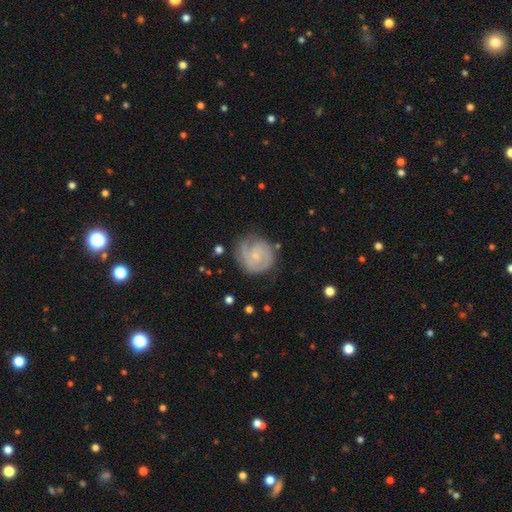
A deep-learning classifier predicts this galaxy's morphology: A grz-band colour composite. It shows a featured or disk galaxy (82%) with no bar (69%), 2 (57%) tight (62%) spiral arms (96%) and a small central bulge (77%). Merging: none (74%).